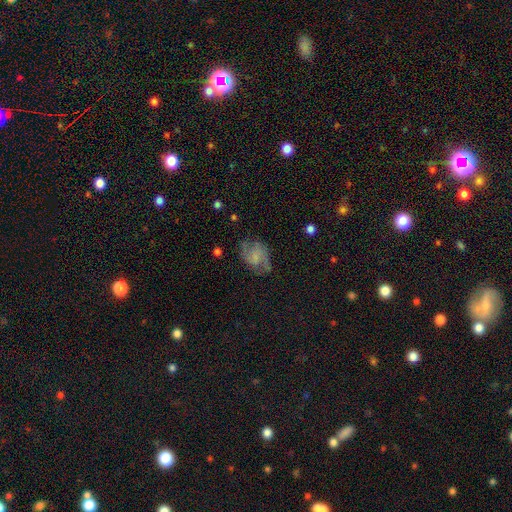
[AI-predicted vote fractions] Smooth or featured? featured or disk (56%)
Edge-on disk? no (97%)
Bar? no (58%)
Spiral arms? yes (81%)
Bulge size? none (45%)
Merging? none (55%)